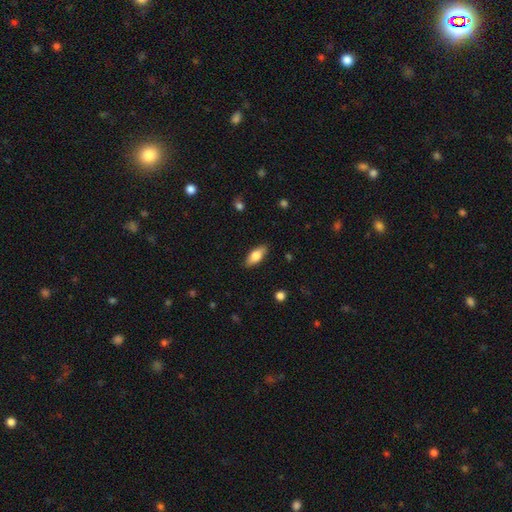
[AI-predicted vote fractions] Smooth or featured? smooth (74%)
How rounded? in between (81%)
Merging? none (86%)